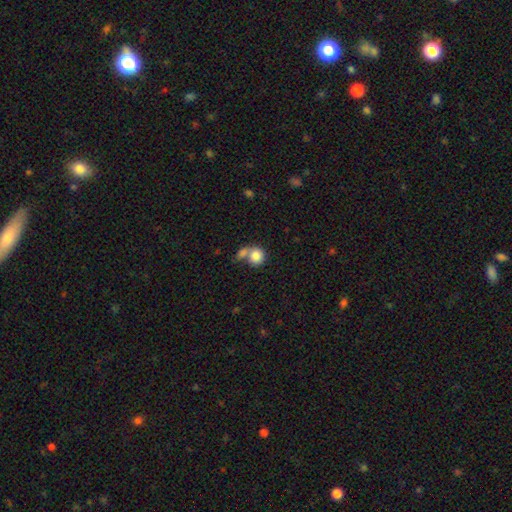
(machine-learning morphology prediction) This is clearly a smooth galaxy (83%). How rounded: clearly round (80%). Merging: possibly merger (46%).